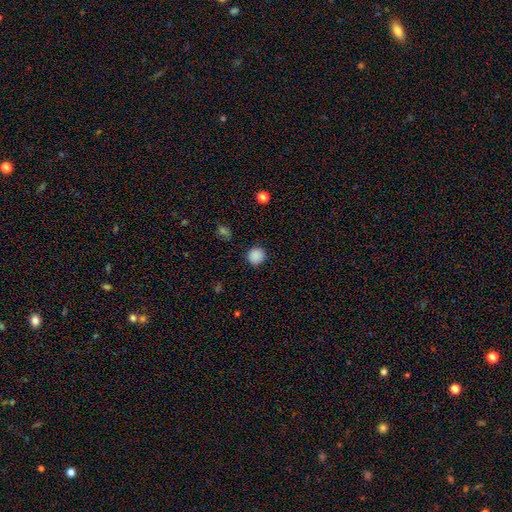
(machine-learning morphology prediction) Smooth or featured? Predicted: smooth (p=0.87). How rounded? Predicted: round (p=0.93). Merging? Predicted: none (p=0.90).